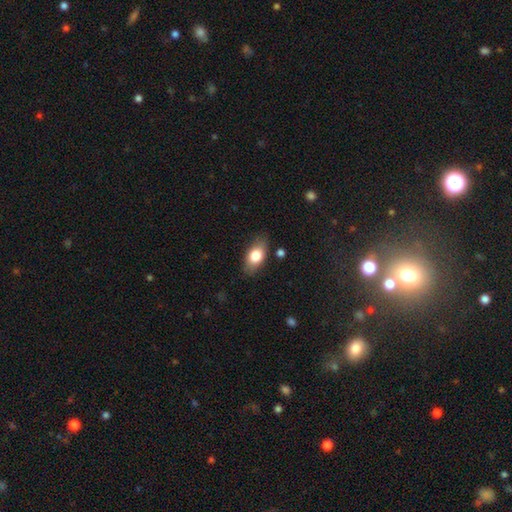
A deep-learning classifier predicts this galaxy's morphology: smooth-or-featured: smooth: 78% | featured or disk: 15% | star or artifact: 7%
  how-rounded: in between: 88% | round: 7% | cigar-shaped: 5%
  merging: none: 81% | minor disturbance: 14% | major disturbance: 3% | merger: 2%